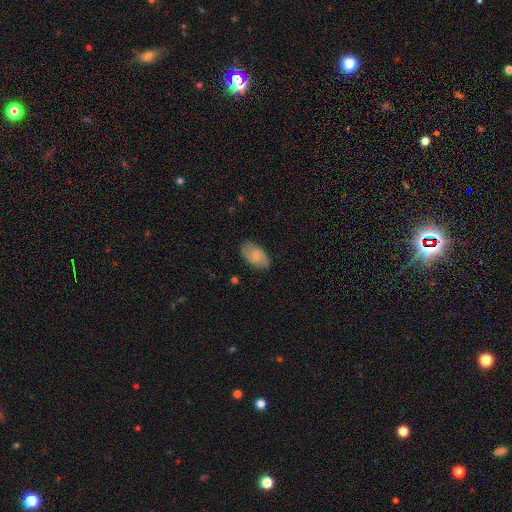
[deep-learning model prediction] A smooth galaxy with no disk features (65%) that is in between round and cigar-shaped (94%). Merging: none (81%).